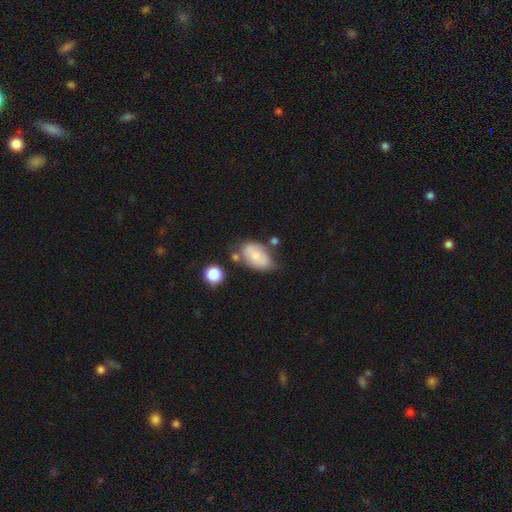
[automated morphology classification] A smooth galaxy with no disk features (68%) that is in between round and cigar-shaped (90%). Merging: none (55%).